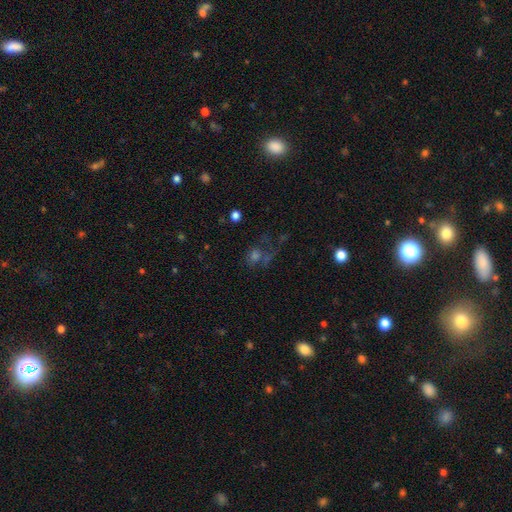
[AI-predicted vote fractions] Morphology: type=star or artifact (36%).